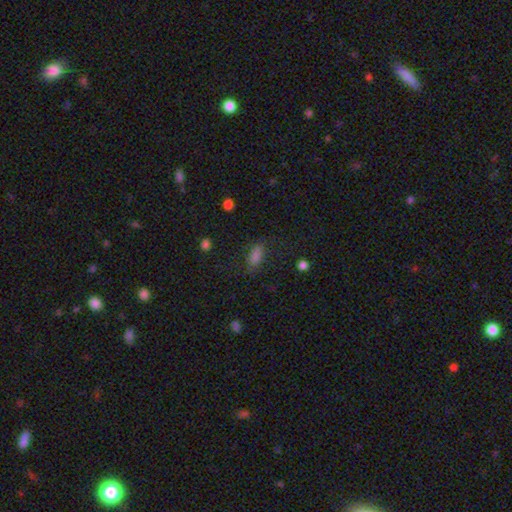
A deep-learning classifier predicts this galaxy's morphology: Smooth or featured?
  - smooth: 76% *
  - star or artifact: 16%
  - featured or disk: 8%
How rounded?
  - in between: 75% *
  - cigar-shaped: 19%
  - round: 6%
Merging?
  - none: 73% *
  - minor disturbance: 17%
  - major disturbance: 8%
  - merger: 2%